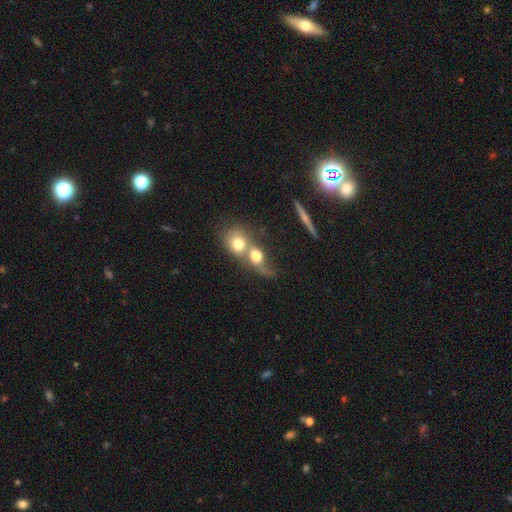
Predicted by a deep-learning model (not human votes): smooth 63%, featured or disk 26%, star or artifact 11%. Down the decision tree: how rounded — round (68%); merging — merger (66%).